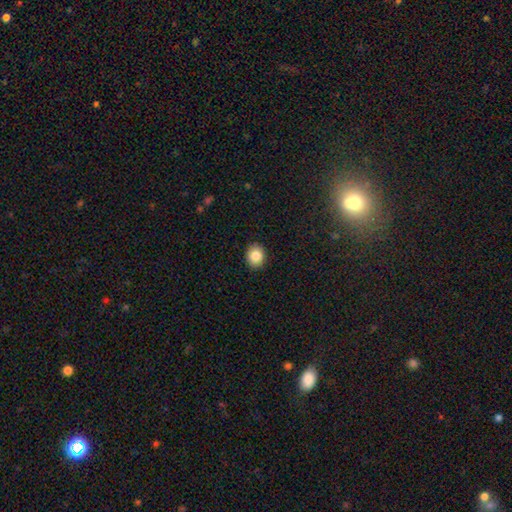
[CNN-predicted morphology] Smooth or featured?
  - smooth: 85% *
  - star or artifact: 9%
  - featured or disk: 6%
How rounded?
  - round: 68% *
  - in between: 31%
  - cigar-shaped: 1%
Merging?
  - none: 91% *
  - minor disturbance: 6%
  - major disturbance: 2%
  - merger: 1%